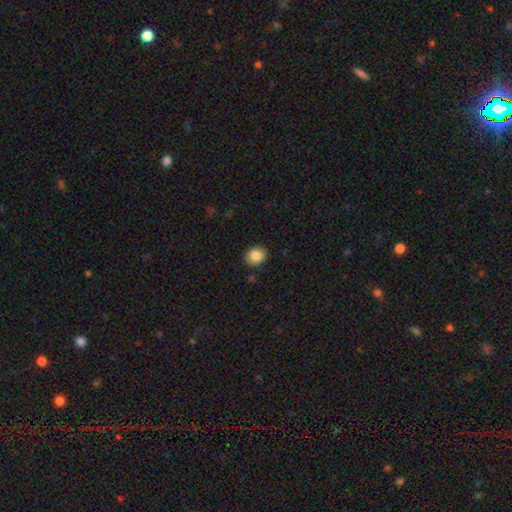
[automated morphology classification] smooth_or_featured: smooth (p=0.87) [alt: star or artifact p=0.08]
how_rounded: round (p=0.53) [alt: in between p=0.46]
merging: none (p=0.85) [alt: minor disturbance p=0.11]